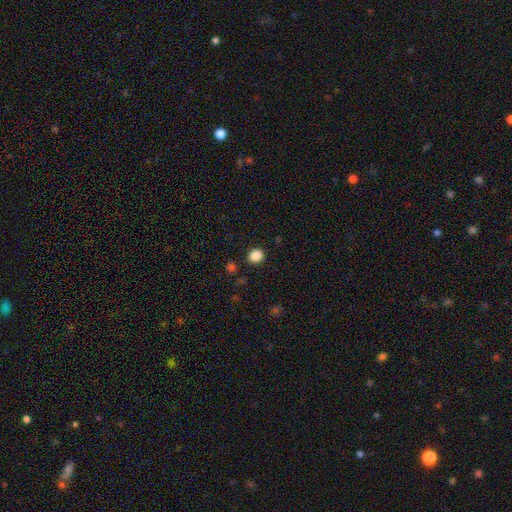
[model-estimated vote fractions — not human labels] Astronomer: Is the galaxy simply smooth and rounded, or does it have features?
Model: smooth — 87%.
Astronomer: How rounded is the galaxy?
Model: round — 77%.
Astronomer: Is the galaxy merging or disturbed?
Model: none — 89%.